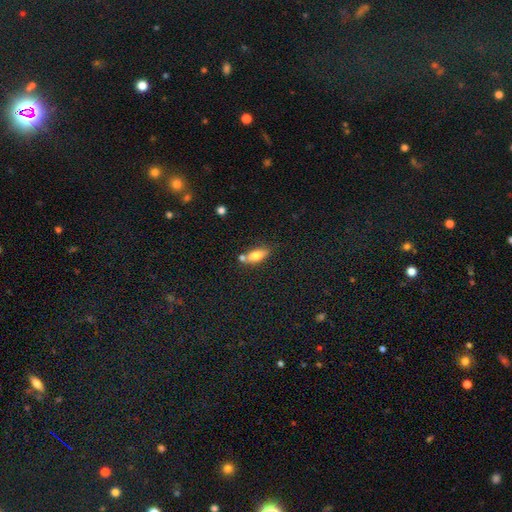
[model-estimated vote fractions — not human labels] smooth-or-featured: smooth: 72% | featured or disk: 20% | star or artifact: 8%
  how-rounded: in between: 76% | cigar-shaped: 20% | round: 4%
  merging: none: 60% | merger: 21% | minor disturbance: 16% | major disturbance: 4%